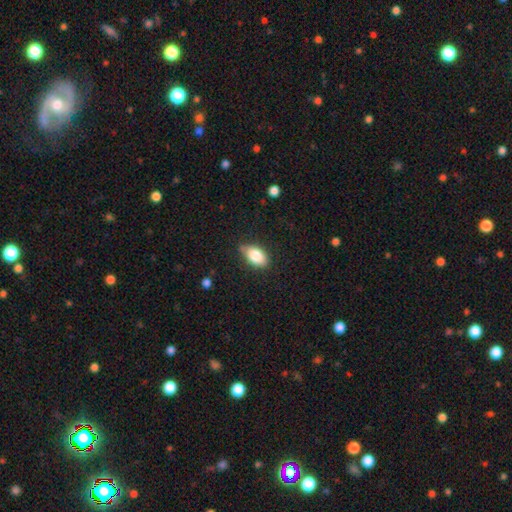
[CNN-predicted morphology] Smooth or featured: smooth — 84% (featured or disk — 9%)
How rounded: in between — 91% (round — 7%)
Merging: none — 72% (minor disturbance — 22%)